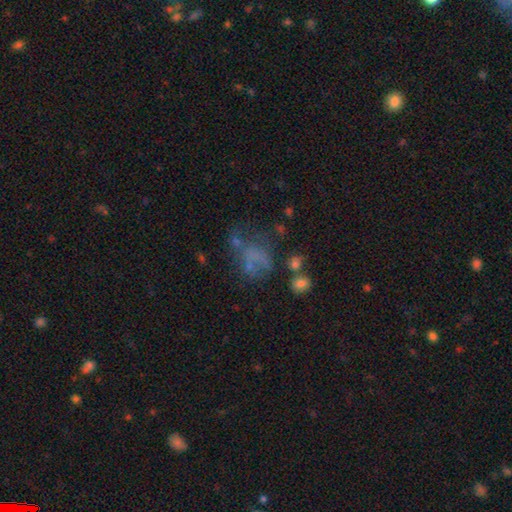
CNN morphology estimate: A smooth galaxy with no disk features (43%).

Vote fractions:
- Smooth or featured? smooth: 43% / featured or disk: 33% / star or artifact: 25%
- Merging? none: 35% / major disturbance: 33% / minor disturbance: 19% / merger: 14%